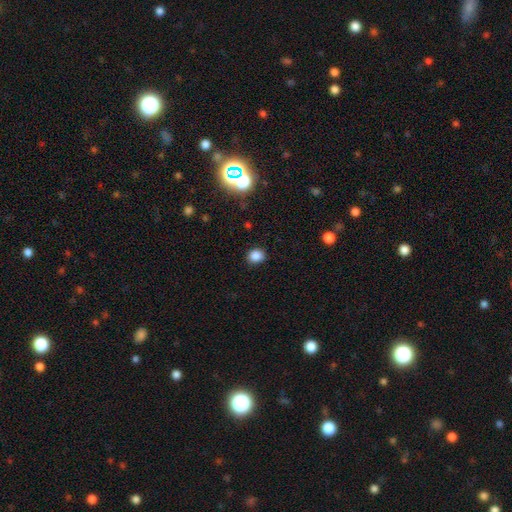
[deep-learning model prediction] smooth_or_featured: smooth (p=0.83) [alt: star or artifact p=0.13]
how_rounded: round (p=0.68) [alt: in between p=0.31]
merging: none (p=0.87) [alt: minor disturbance p=0.09]